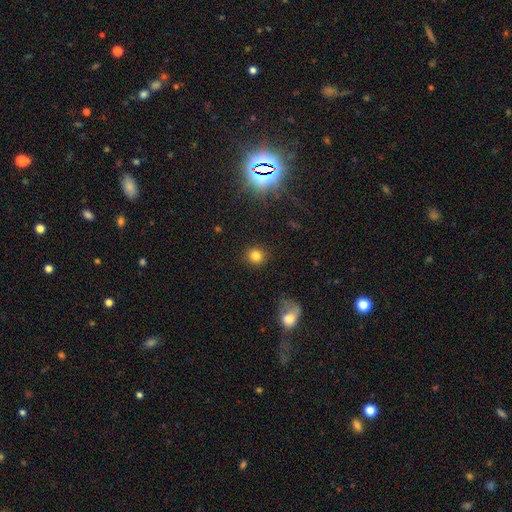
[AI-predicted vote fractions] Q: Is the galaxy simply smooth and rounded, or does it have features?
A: smooth — 80%.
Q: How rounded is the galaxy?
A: round — 85%.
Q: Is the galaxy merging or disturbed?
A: none — 89%.